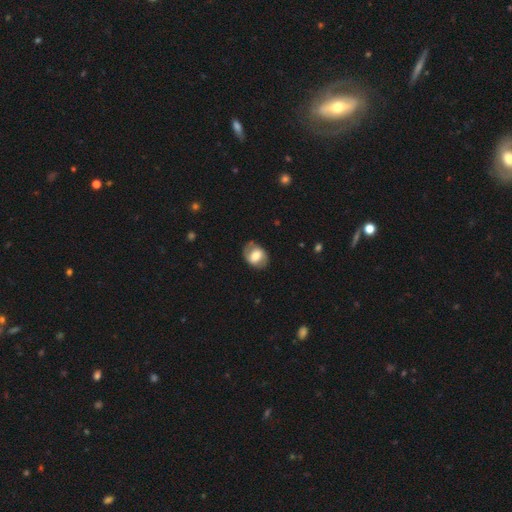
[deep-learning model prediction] smooth_or_featured: smooth (p=0.53) [alt: featured or disk p=0.40]
how_rounded: in between (p=0.67) [alt: round p=0.32]
merging: none (p=0.74) [alt: minor disturbance p=0.18]